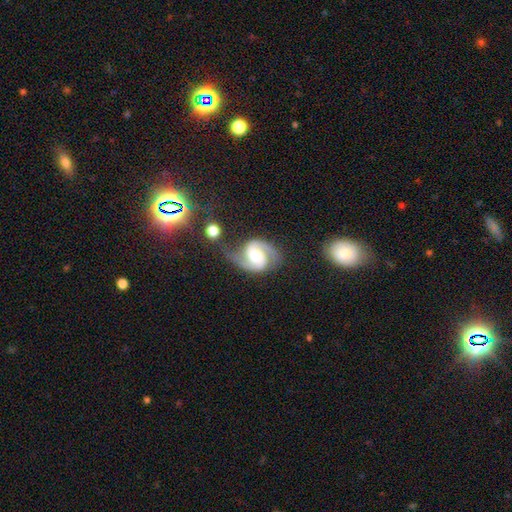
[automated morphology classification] A featured or disk galaxy (89%) with no bar (44%), 2 (93%) medium (56%) spiral arms (98%) and a moderate central bulge (37%).

Vote fractions:
- Smooth or featured? featured or disk: 89% / smooth: 6% / star or artifact: 5%
- Edge-on disk? no: 98% / yes: 2%
- Bar? no: 44% / weak: 37% / strong: 19%
- Spiral arms? yes: 98% / no: 2%
- Spiral winding? medium: 56% / tight: 27% / loose: 17%
- Spiral arm count? 2: 93% / 1: 2% / can't tell: 2% / 3: 1% / 4: 1% / more than 4: 1%
- Bulge size? moderate: 37% / large: 32% / small: 16% / none: 10% / dominant: 6%
- Merging? none: 62% / minor disturbance: 21% / major disturbance: 12% / merger: 6%